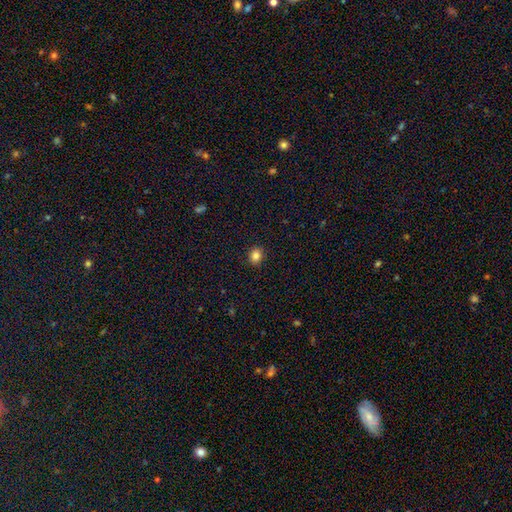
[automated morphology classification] Smooth or featured?
  - smooth: 84% *
  - star or artifact: 12%
  - featured or disk: 5%
How rounded?
  - round: 74% *
  - in between: 26%
  - cigar-shaped: 1%
Merging?
  - none: 91% *
  - minor disturbance: 6%
  - major disturbance: 2%
  - merger: 1%